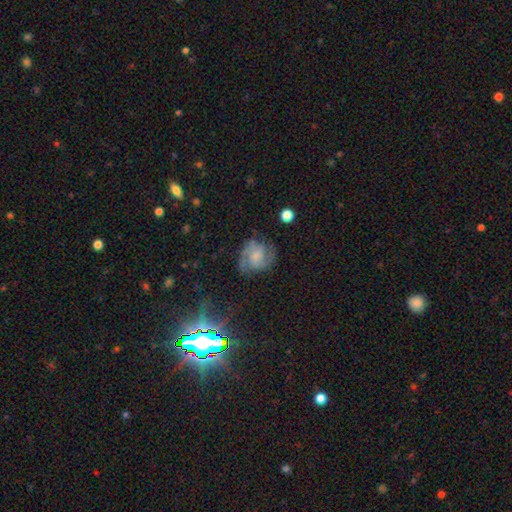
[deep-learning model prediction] Smooth or featured: featured or disk — 72% (smooth — 20%)
Edge-on disk: no — 98% (yes — 2%)
Bar: no — 62% (weak — 33%)
Spiral arms: yes — 93% (no — 7%)
Spiral winding: medium — 47% (tight — 39%)
Spiral arm count: 2 — 63% (can't tell — 15%)
Bulge size: small — 37% (moderate — 28%)
Merging: none — 68% (minor disturbance — 19%)